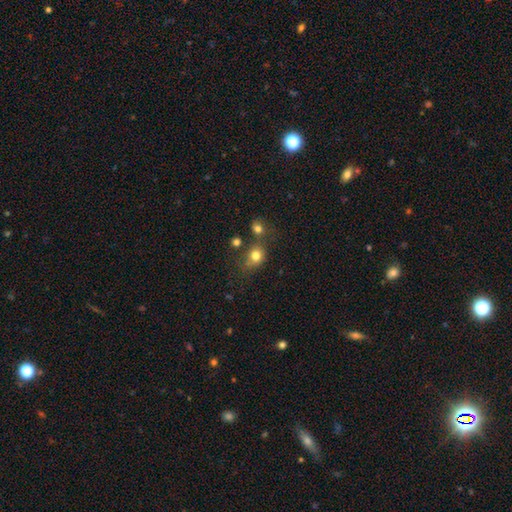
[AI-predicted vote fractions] Morphology: type=smooth (77%); roundness=round (61%); merging=none (52%).